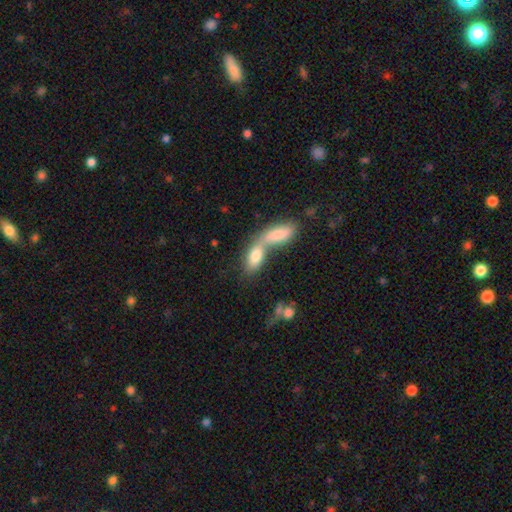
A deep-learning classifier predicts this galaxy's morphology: Smooth or featured? Predicted: smooth (p=0.78). How rounded? Predicted: in between (p=0.84). Merging? Predicted: merger (p=0.68).